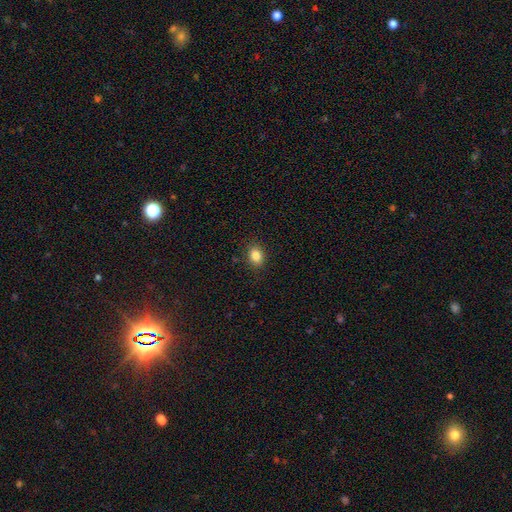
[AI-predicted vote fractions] This appears to be a smooth galaxy with no disk features (84%) that is in between round and cigar-shaped (59%). Merging: none (87%).